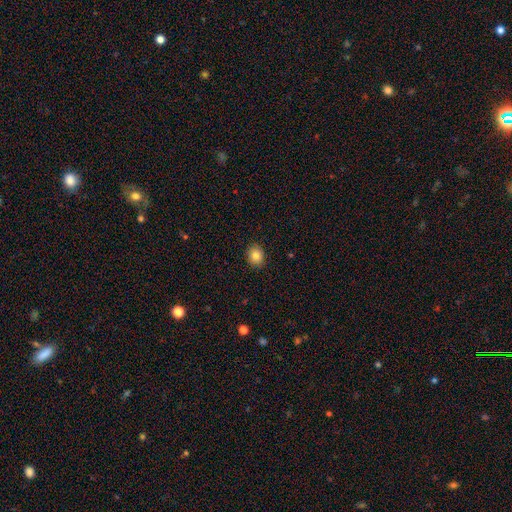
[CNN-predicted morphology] smooth 83%, star or artifact 10%, featured or disk 7%. Down the decision tree: how rounded — round (64%); merging — none (90%).